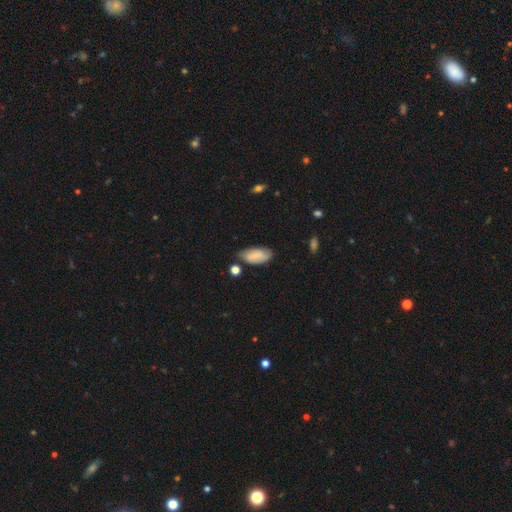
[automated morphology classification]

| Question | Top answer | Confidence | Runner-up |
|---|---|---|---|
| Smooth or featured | smooth | 80% | featured or disk (13%) |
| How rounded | in between | 92% | cigar-shaped (6%) |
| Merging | none | 66% | minor disturbance (25%) |